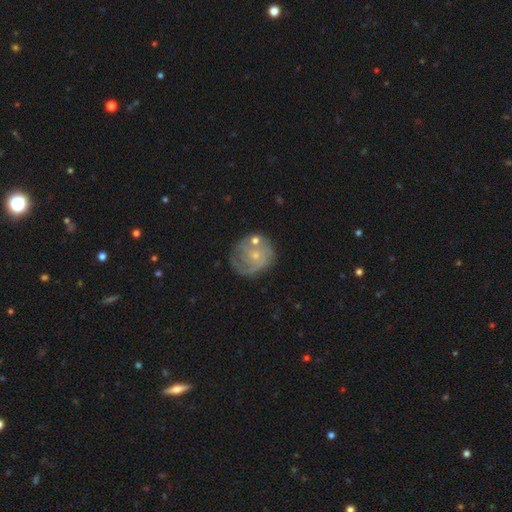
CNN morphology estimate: A featured or disk galaxy (69%) with no bar (80%), tight (60%) spiral arms (79%) and a small central bulge (73%).

Vote fractions:
- Smooth or featured? featured or disk: 69% / smooth: 24% / star or artifact: 7%
- Edge-on disk? no: 98% / yes: 2%
- Bar? no: 80% / weak: 17% / strong: 2%
- Spiral arms? yes: 79% / no: 21%
- Spiral winding? tight: 60% / medium: 28% / loose: 12%
- Spiral arm count? can't tell: 42% / 2: 22% / 3: 15% / 1: 12% / 4: 5% / more than 4: 4%
- Bulge size? small: 73% / moderate: 22% / none: 3% / large: 1% / dominant: 1%
- Merging? none: 55% / minor disturbance: 21% / major disturbance: 12% / merger: 12%